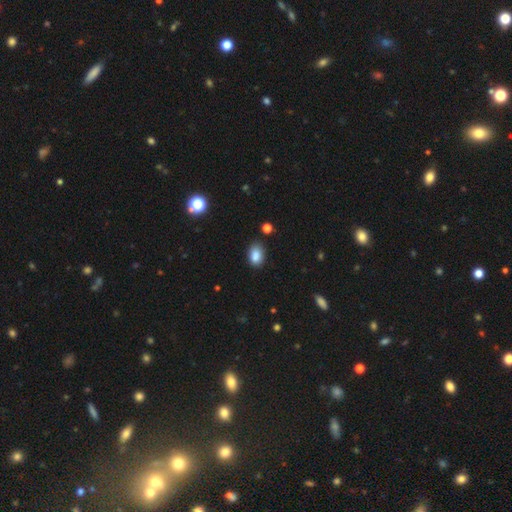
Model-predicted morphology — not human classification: Smooth or featured? smooth (86%)
How rounded? in between (83%)
Merging? none (77%)